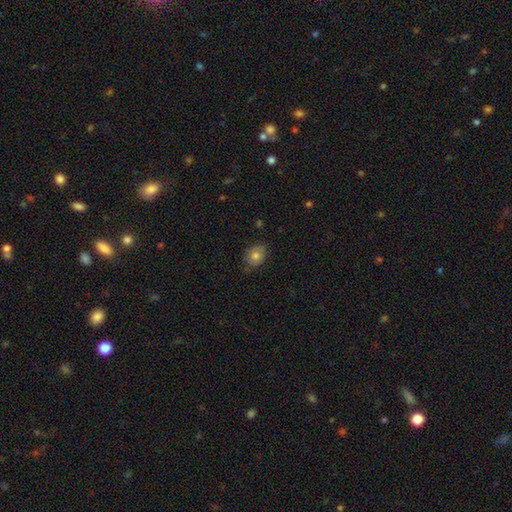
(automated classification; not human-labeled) A smooth galaxy with no disk features (75%) that is in between round and cigar-shaped (53%). Merging: none (75%).